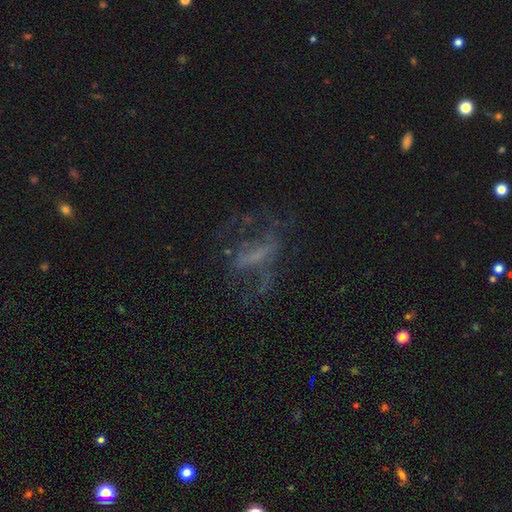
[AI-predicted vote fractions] Q: Smooth or featured?
A: featured or disk (55%); runner-up: star or artifact (22%)
Q: Edge-on disk?
A: no (89%); runner-up: yes (11%)
Q: Merging?
A: none (44%); runner-up: major disturbance (36%)